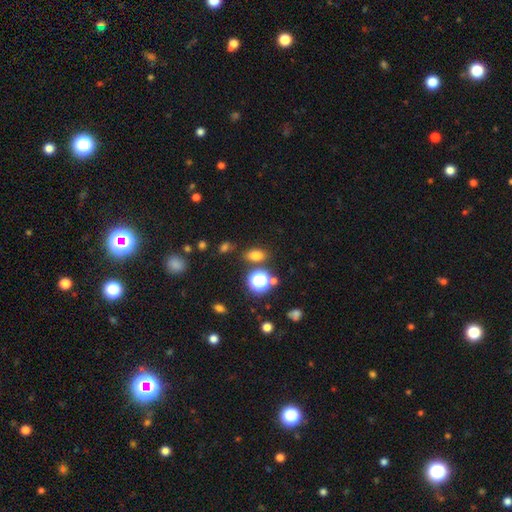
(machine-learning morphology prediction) Smooth or featured? Predicted: smooth (p=0.72). How rounded? Predicted: in between (p=0.72). Merging? Predicted: none (p=0.78).